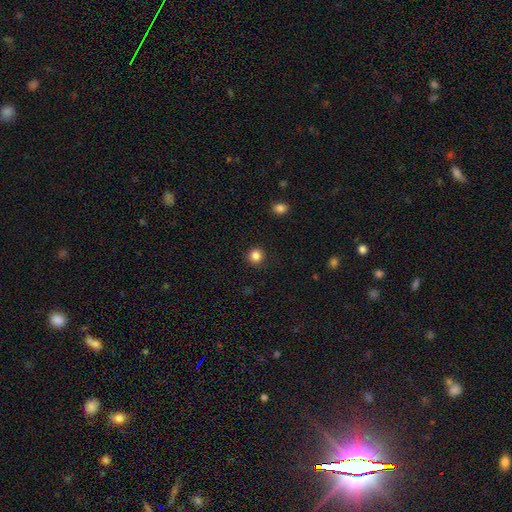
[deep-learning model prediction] Smooth or featured: smooth — 85% (star or artifact — 11%)
How rounded: round — 93% (in between — 6%)
Merging: none — 91% (minor disturbance — 5%)